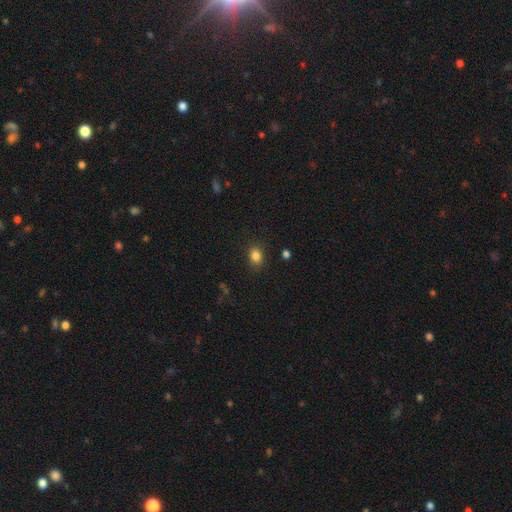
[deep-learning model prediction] smooth-or-featured: smooth: 85% | star or artifact: 11% | featured or disk: 4%
  how-rounded: in between: 58% | round: 41% | cigar-shaped: 1%
  merging: none: 85% | minor disturbance: 10% | major disturbance: 3% | merger: 1%